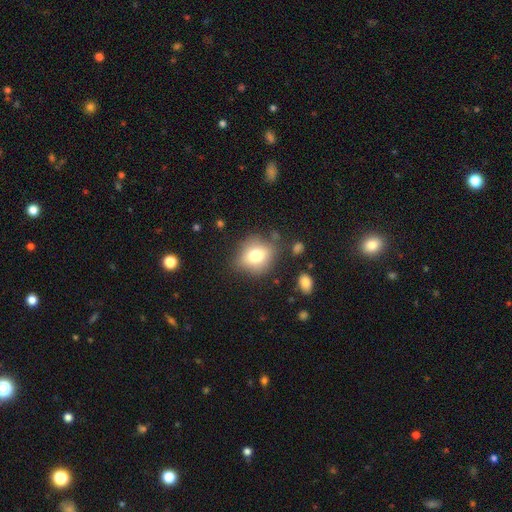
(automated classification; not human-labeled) A smooth galaxy with no disk features (73%) that is round (69%). Merging: none (76%).